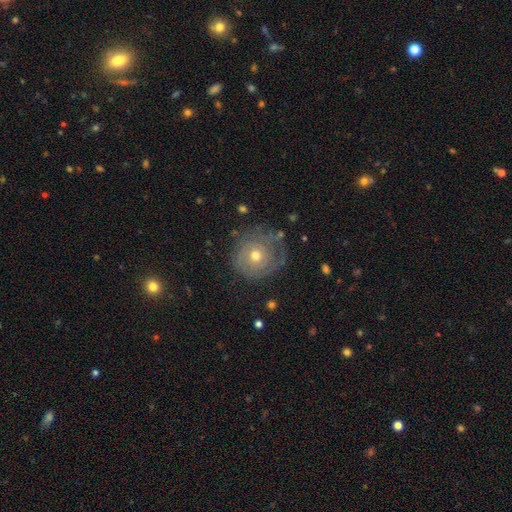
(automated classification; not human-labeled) Overall: featured or disk (55%; smooth 35%). Edge-on disk: no (97%). Bar: no (89%). Spiral arms: yes (66%; no 34%). Bulge size: moderate (63%; small 32%). Merging: none (69%).